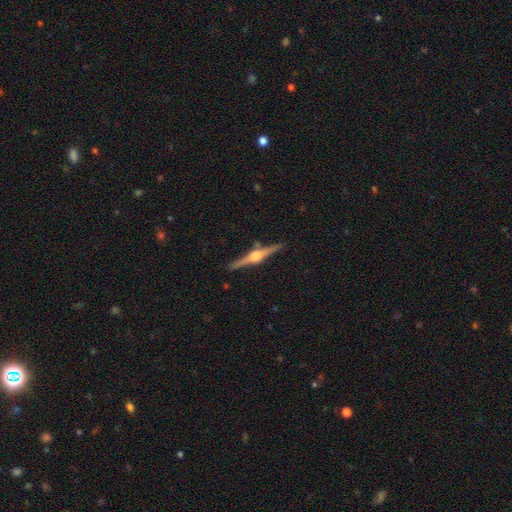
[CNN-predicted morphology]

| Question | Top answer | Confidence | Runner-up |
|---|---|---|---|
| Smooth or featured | featured or disk | 87% | smooth (8%) |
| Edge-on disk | yes | 99% | no (1%) |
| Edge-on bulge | rounded | 93% | boxy (5%) |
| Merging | none | 90% | minor disturbance (7%) |